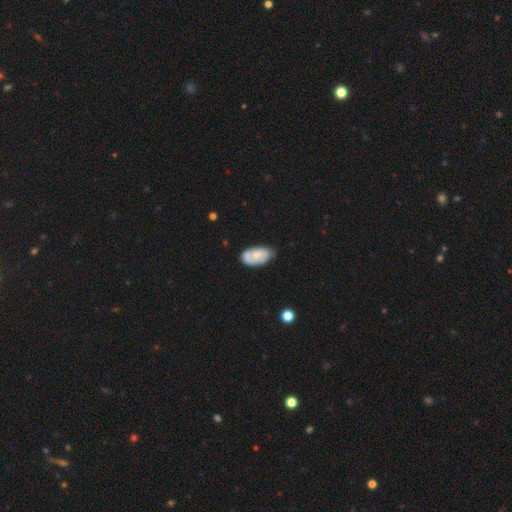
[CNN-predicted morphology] smooth 50%, featured or disk 44%, star or artifact 6%. Down the decision tree: merging — none (57%).